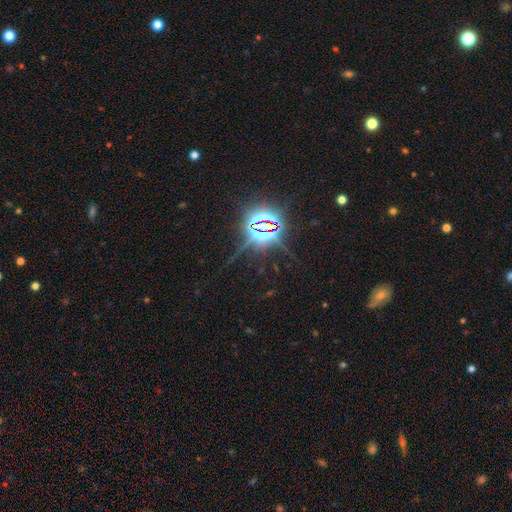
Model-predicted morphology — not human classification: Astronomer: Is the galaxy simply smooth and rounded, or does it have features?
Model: star or artifact — 84%.